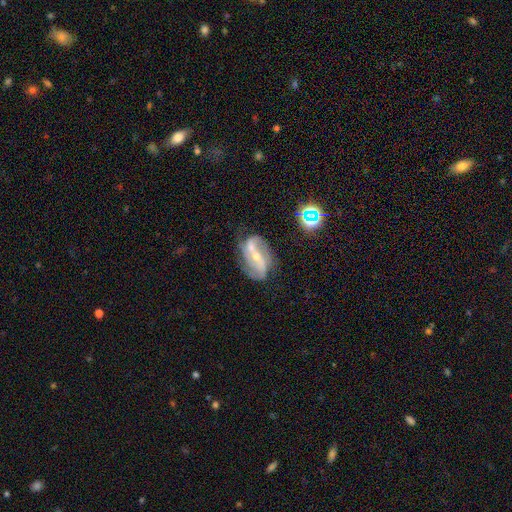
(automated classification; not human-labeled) Smooth or featured?
  - featured or disk: 84% *
  - smooth: 8%
  - star or artifact: 7%
Edge-on disk?
  - no: 94% *
  - yes: 6%
Bar?
  - strong: 60% *
  - weak: 24%
  - no: 16%
Spiral arms?
  - yes: 93% *
  - no: 7%
Spiral winding?
  - medium: 40% *
  - loose: 39%
  - tight: 20%
Spiral arm count?
  - 2: 84% *
  - can't tell: 6%
  - 3: 4%
  - 1: 2%
  - 4: 1%
  - more than 4: 1%
Bulge size?
  - small: 60% *
  - moderate: 36%
  - none: 2%
  - large: 1%
  - dominant: 1%
Merging?
  - none: 69% *
  - minor disturbance: 19%
  - major disturbance: 8%
  - merger: 3%